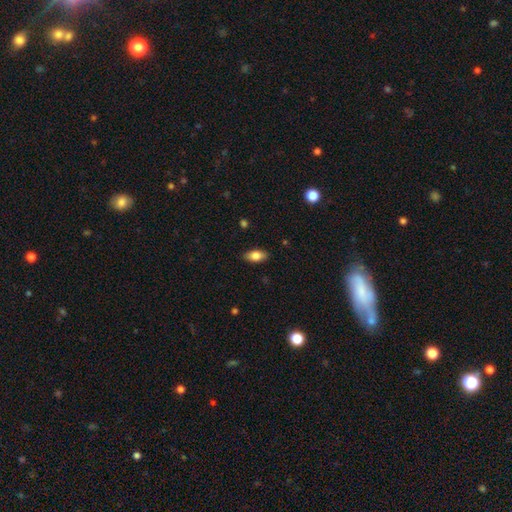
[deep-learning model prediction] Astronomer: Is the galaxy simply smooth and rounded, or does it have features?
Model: smooth — 81%.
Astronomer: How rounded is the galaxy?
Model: in between — 89%.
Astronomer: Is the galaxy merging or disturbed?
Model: none — 88%.